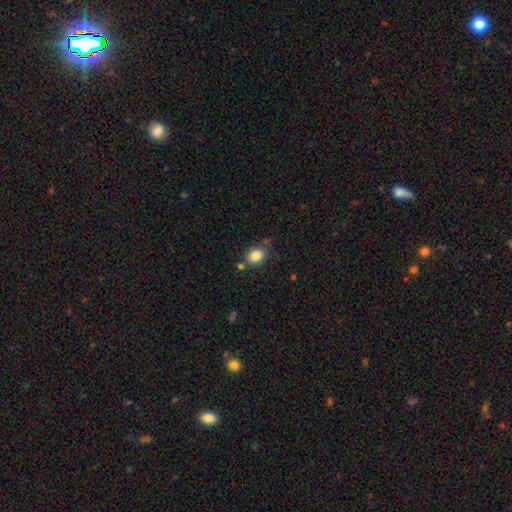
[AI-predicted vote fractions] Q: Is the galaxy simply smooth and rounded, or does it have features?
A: smooth — 84%.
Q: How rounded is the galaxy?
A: round — 57%.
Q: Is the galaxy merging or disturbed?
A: none — 71%.